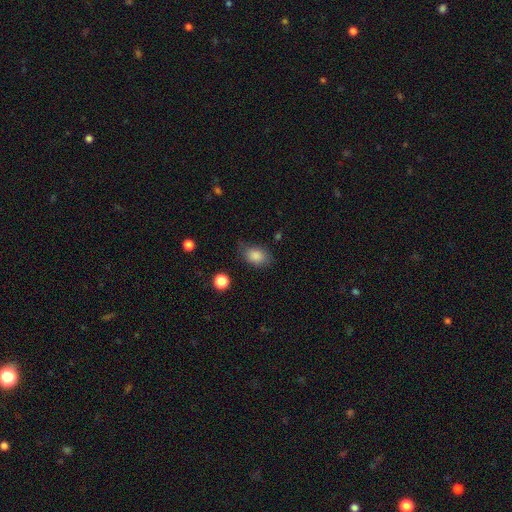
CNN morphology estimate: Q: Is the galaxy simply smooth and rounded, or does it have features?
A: smooth — 86%.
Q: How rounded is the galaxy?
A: in between — 79%.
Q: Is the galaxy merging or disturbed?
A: none — 69%.